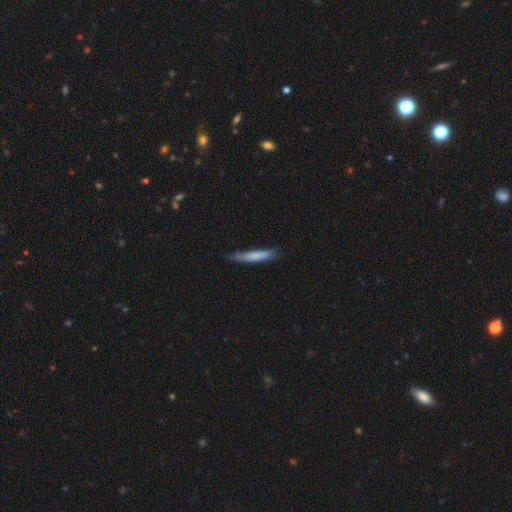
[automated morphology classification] Smooth or featured: smooth — 75% (featured or disk — 19%)
How rounded: cigar-shaped — 92% (in between — 6%)
Merging: none — 73% (minor disturbance — 21%)